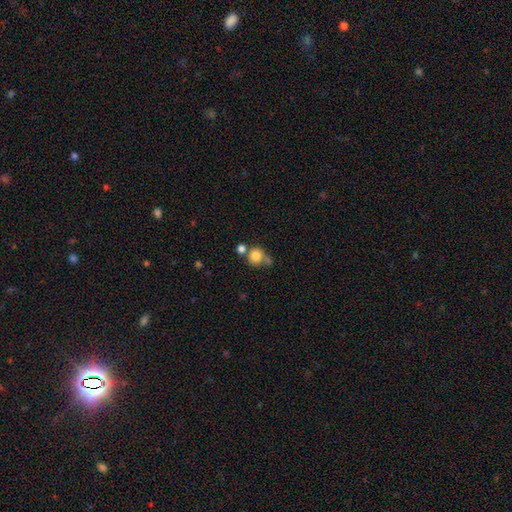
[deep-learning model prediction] Smooth or featured? smooth (81%)
How rounded? round (88%)
Merging? none (51%)